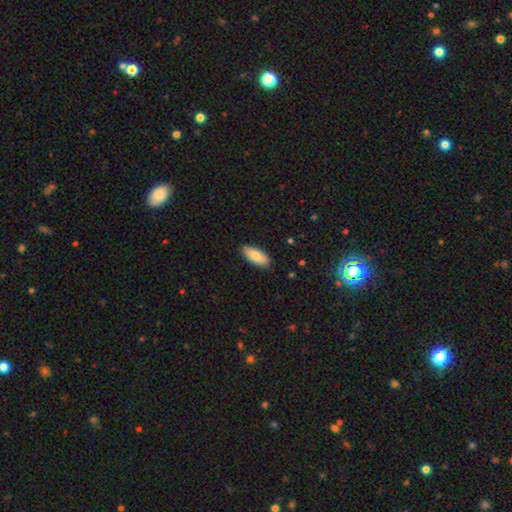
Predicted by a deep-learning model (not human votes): Smooth or featured? Predicted: smooth (p=0.83). How rounded? Predicted: in between (p=0.84). Merging? Predicted: none (p=0.89).